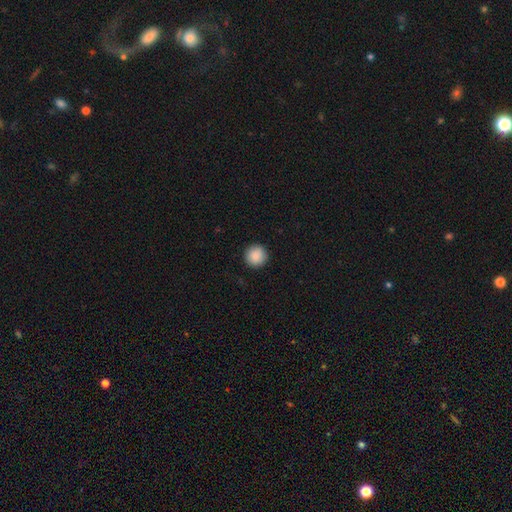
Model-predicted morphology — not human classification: Overall: smooth (89%). How rounded: round (96%). Merging: none (92%).